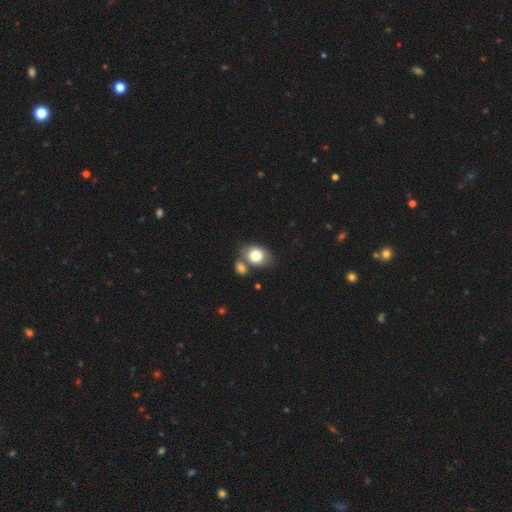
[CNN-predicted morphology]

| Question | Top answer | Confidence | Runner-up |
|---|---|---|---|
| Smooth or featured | smooth | 79% | featured or disk (12%) |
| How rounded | in between | 59% | round (40%) |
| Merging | none | 50% | merger (31%) |